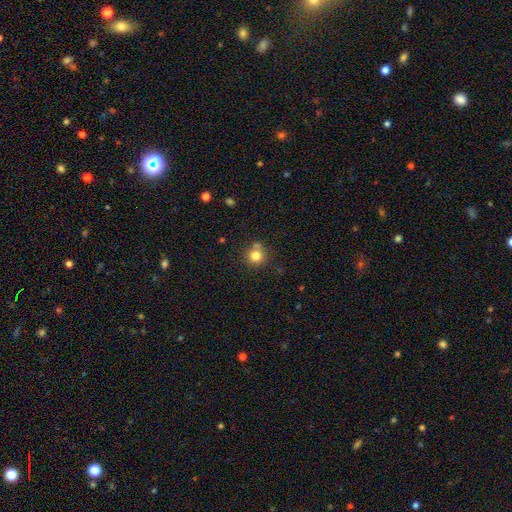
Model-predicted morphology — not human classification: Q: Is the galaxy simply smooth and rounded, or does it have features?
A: smooth — 80%.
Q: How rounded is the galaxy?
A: round — 92%.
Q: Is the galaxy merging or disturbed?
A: none — 70%.